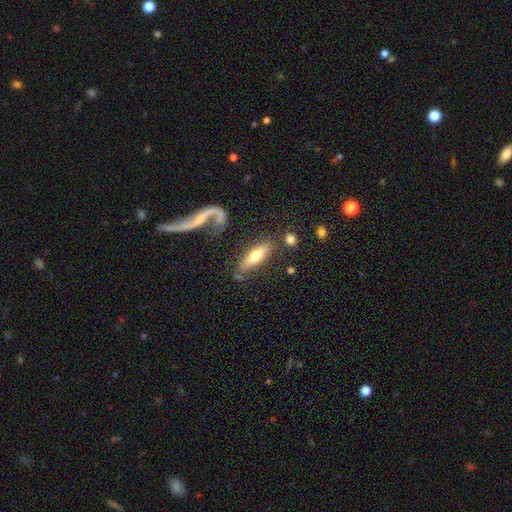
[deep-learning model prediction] Smooth or featured?
  - smooth: 53% *
  - featured or disk: 41%
  - star or artifact: 6%
How rounded?
  - cigar-shaped: 54% *
  - in between: 42%
  - round: 4%
Merging?
  - none: 70% *
  - minor disturbance: 14%
  - merger: 9%
  - major disturbance: 6%